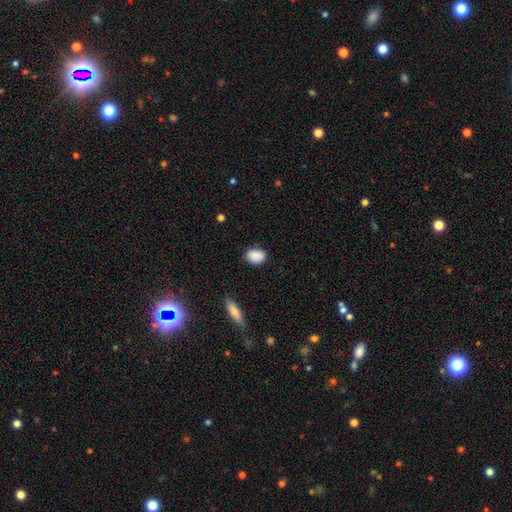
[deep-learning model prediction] smooth 89%, star or artifact 7%, featured or disk 4%. Down the decision tree: how rounded — in between (78%); merging — none (81%).